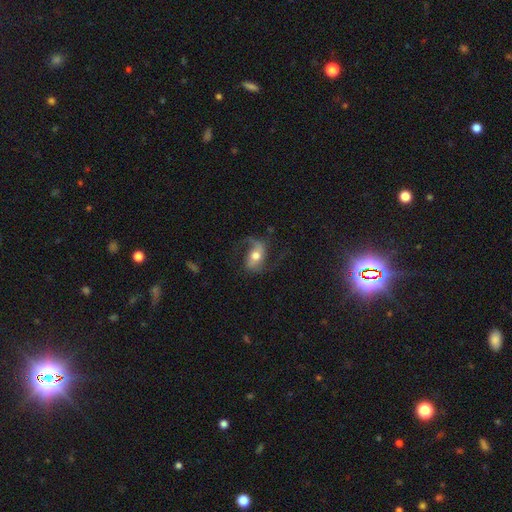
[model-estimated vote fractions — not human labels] Smooth or featured? featured or disk (72%)
Edge-on disk? no (95%)
Bar? weak (35%, tied with no)
Spiral arms? yes (91%)
Spiral winding? loose (59%)
Spiral arm count? 2 (82%)
Bulge size? moderate (69%)
Merging? none (62%)